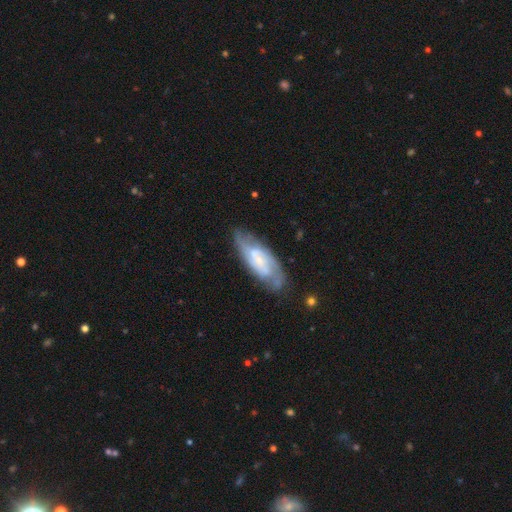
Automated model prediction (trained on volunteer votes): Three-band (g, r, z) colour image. It shows a featured or disk galaxy (73%) with no bar (58%), 2 (48%) tight (46%) spiral arms (89%) and a small central bulge (64%). Merging: none (73%).